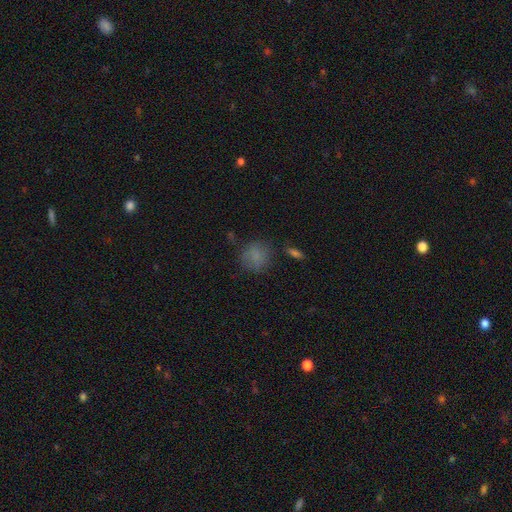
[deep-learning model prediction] This is likely a smooth galaxy (77%). How rounded: likely round (77%). Merging: likely none (68%).